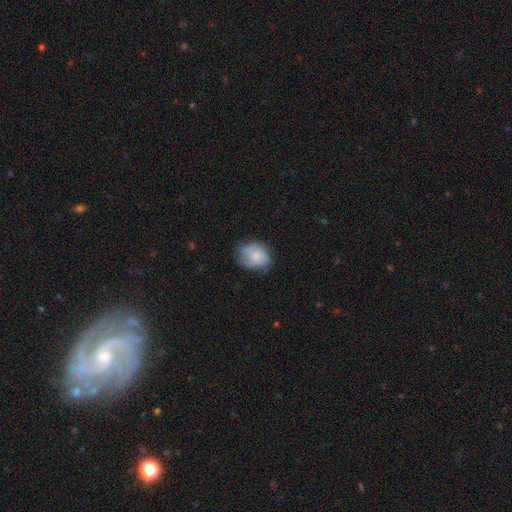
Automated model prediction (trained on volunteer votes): Overall: smooth (73%). How rounded: in between (54%; round 45%). Merging: none (53%; minor disturbance 33%).